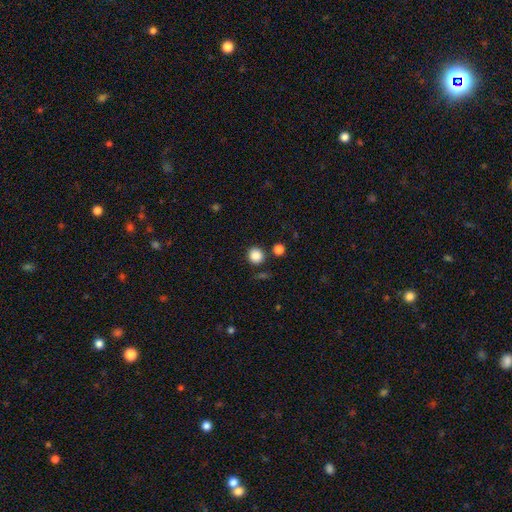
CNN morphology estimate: Smooth or featured?
  - smooth: 86% *
  - star or artifact: 10%
  - featured or disk: 3%
How rounded?
  - round: 92% *
  - in between: 7%
  - cigar-shaped: 1%
Merging?
  - none: 85% *
  - minor disturbance: 7%
  - merger: 5%
  - major disturbance: 3%